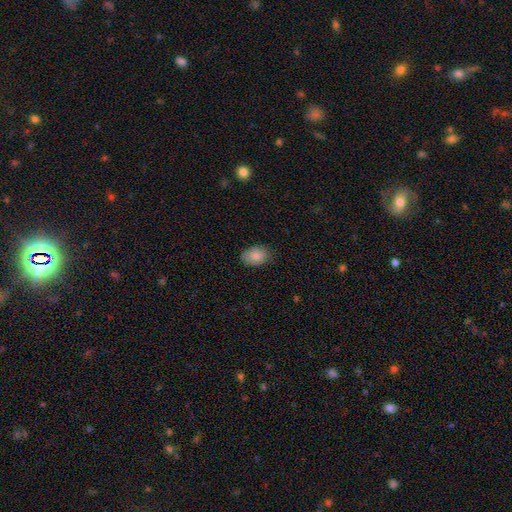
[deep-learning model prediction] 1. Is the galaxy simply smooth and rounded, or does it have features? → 87% smooth, 8% star or artifact, 6% featured or disk.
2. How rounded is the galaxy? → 80% in between, 19% round, 1% cigar-shaped.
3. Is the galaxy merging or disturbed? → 81% none, 15% minor disturbance, 3% major disturbance, 1% merger.